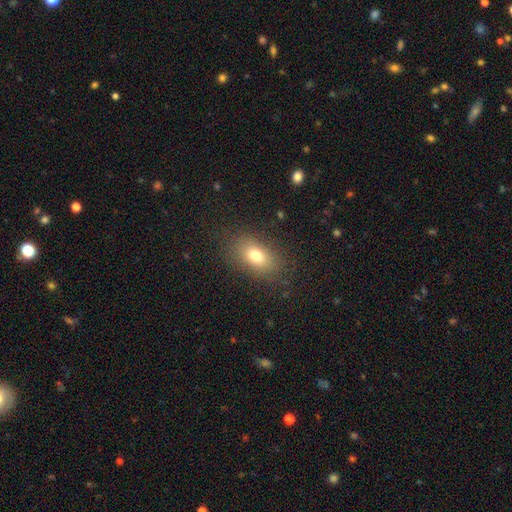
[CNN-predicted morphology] type=smooth (77%); roundness=in between (82%); merging=none (83%).